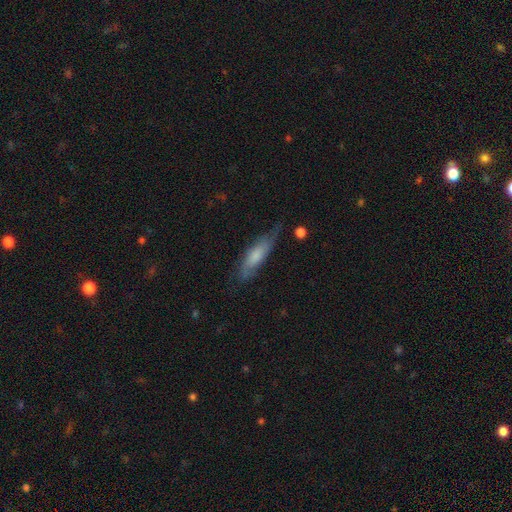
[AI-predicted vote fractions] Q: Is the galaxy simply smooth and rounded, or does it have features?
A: smooth — 60%.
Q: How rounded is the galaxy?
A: cigar-shaped — 59%.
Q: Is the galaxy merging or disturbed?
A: none — 59%.